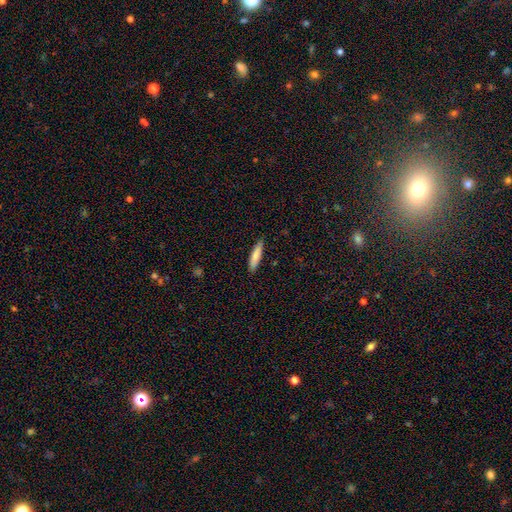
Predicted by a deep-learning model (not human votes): Overall: smooth (81%). How rounded: cigar-shaped (79%). Merging: none (86%).